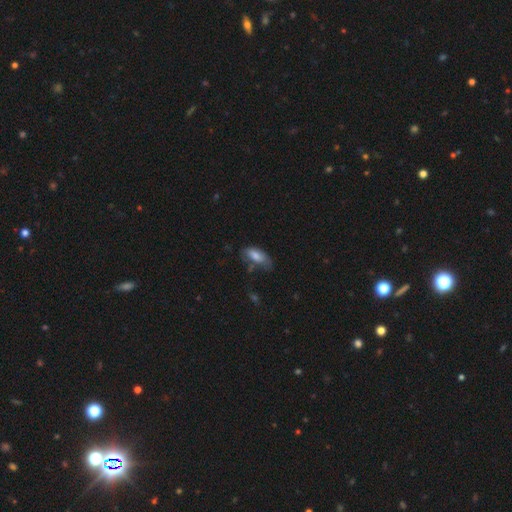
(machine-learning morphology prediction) Smooth or featured? Predicted: smooth (p=0.76). How rounded? Predicted: in between (p=0.88). Merging? Predicted: none (p=0.43).